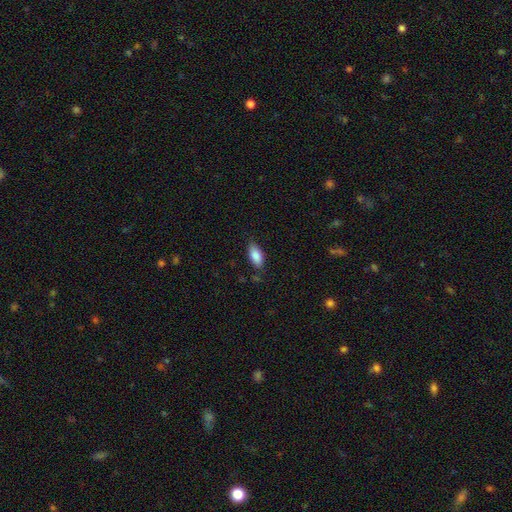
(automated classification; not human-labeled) This is clearly a smooth galaxy (86%). How rounded: clearly in between (89%). Merging: likely none (80%).